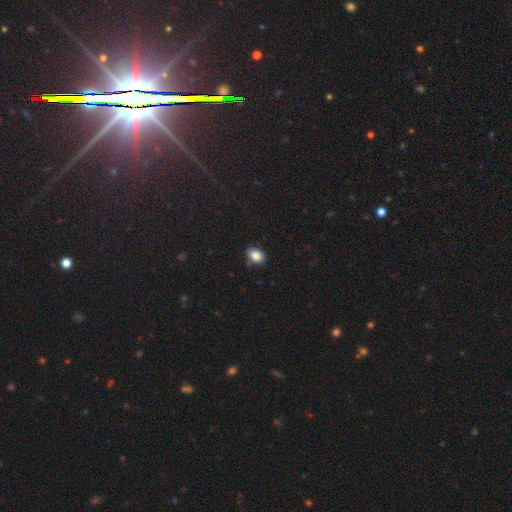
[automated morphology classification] Smooth or featured? smooth (86%)
How rounded? in between (74%)
Merging? none (83%)